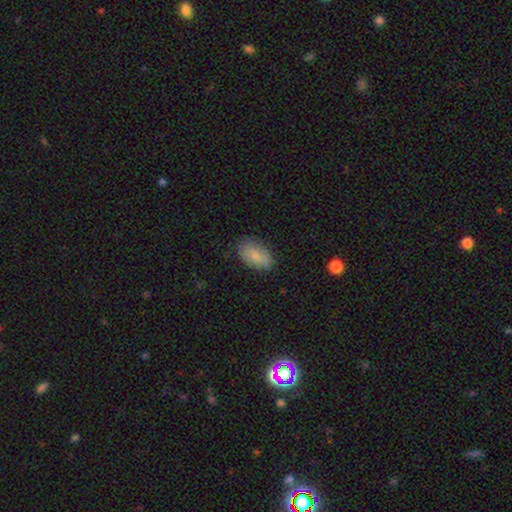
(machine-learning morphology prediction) This appears to be a smooth galaxy with no disk features (80%) that is in between round and cigar-shaped (92%). Merging: none (79%).